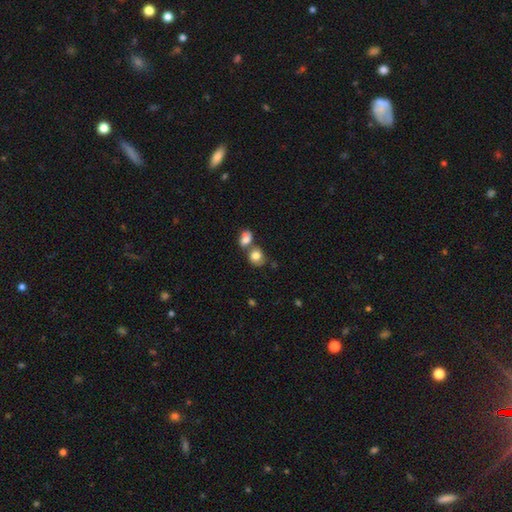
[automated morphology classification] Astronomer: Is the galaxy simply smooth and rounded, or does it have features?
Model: smooth — 79%.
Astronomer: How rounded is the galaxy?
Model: round — 65%.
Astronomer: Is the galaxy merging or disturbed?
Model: merger — 46% (runner-up: none, 38%).